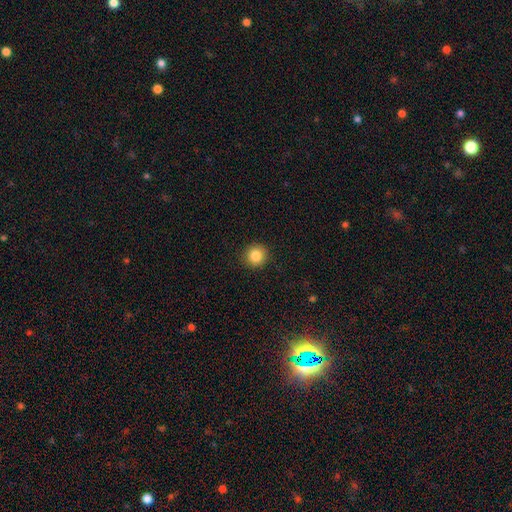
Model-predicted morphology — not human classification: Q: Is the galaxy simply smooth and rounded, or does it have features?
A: smooth — 85%.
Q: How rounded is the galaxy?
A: round — 92%.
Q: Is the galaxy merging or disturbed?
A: none — 91%.